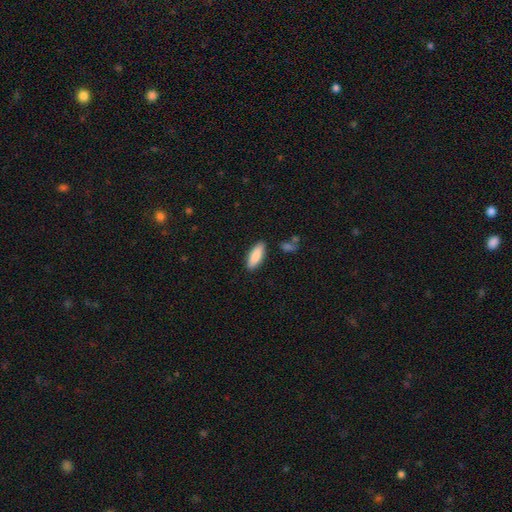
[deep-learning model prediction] This appears to be a smooth galaxy with no disk features (87%) that is in between round and cigar-shaped (64%). Merging: none (87%).